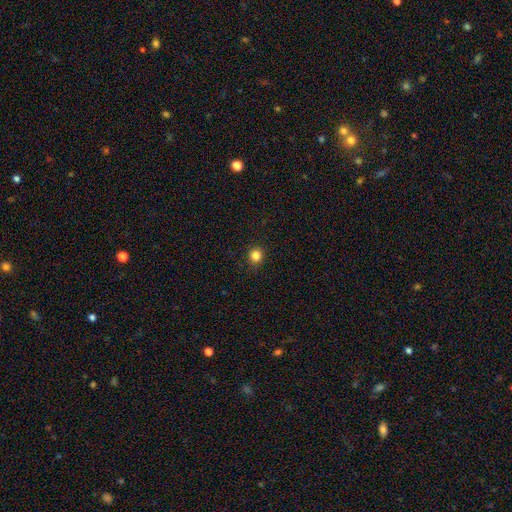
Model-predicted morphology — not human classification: This is clearly a smooth galaxy (83%). How rounded: clearly round (89%). Merging: clearly none (91%).